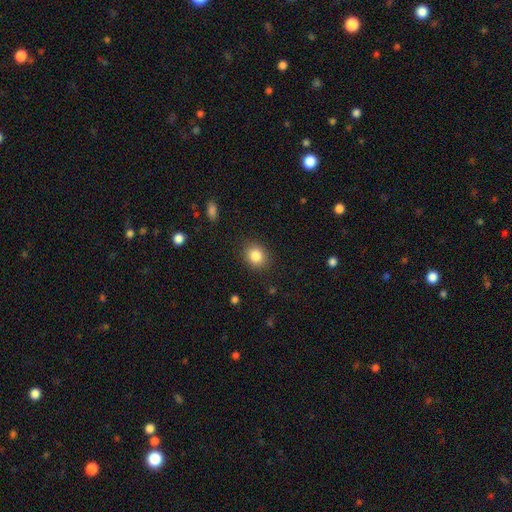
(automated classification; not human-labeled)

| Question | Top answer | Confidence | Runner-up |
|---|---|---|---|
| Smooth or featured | smooth | 85% | star or artifact (10%) |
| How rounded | round | 68% | in between (31%) |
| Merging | none | 87% | minor disturbance (9%) |